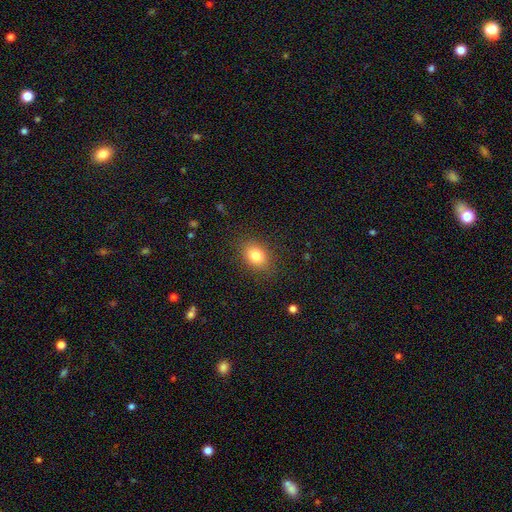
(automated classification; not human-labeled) Morphology: type=smooth (81%); roundness=in between (65%); merging=none (85%).